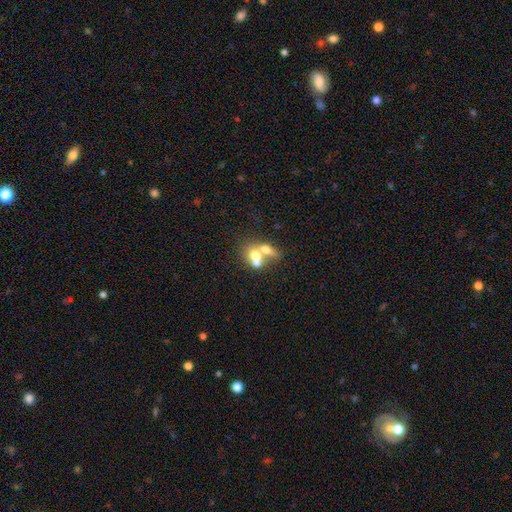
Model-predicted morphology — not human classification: This appears to be a smooth galaxy with no disk features (59%) that is in between round and cigar-shaped (55%). Merging: merger (69%).